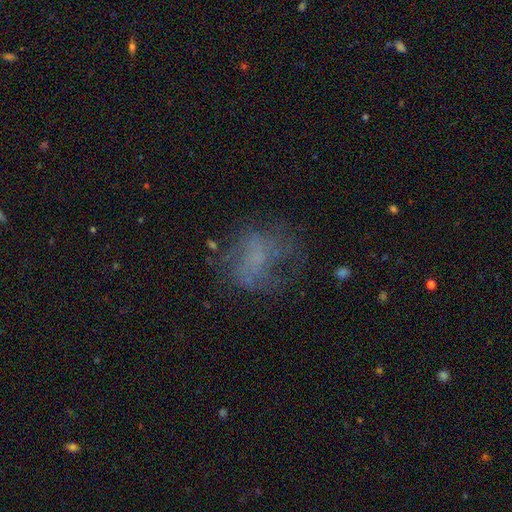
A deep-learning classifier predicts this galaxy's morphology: smooth-or-featured: featured or disk: 41% | smooth: 36% | star or artifact: 23%
  merging: none: 50% | major disturbance: 28% | minor disturbance: 20% | merger: 2%